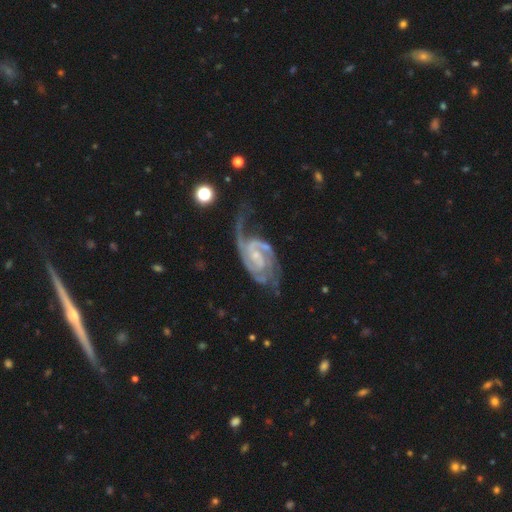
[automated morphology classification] Smooth or featured? Predicted: featured or disk (p=0.92). Edge-on disk? Predicted: no (p=0.97). Bar? Predicted: weak (p=0.46). Spiral arms? Predicted: yes (p=0.98). Spiral winding? Predicted: medium (p=0.48). Spiral arm count? Predicted: 2 (p=0.73). Bulge size? Predicted: small (p=0.68). Merging? Predicted: none (p=0.50).